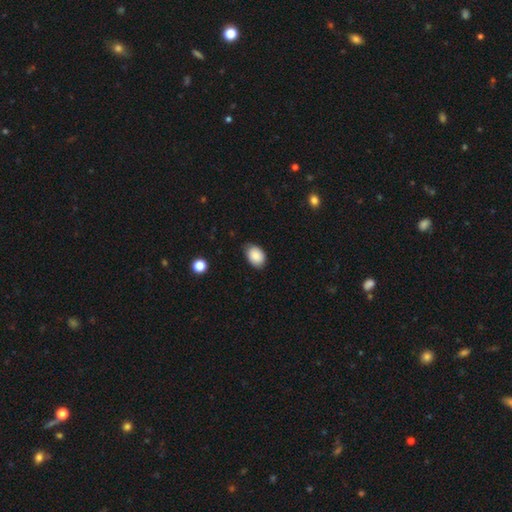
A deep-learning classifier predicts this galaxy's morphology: smooth-or-featured: smooth: 87% | star or artifact: 7% | featured or disk: 6%
  how-rounded: in between: 82% | round: 17% | cigar-shaped: 1%
  merging: none: 76% | minor disturbance: 20% | major disturbance: 3% | merger: 1%